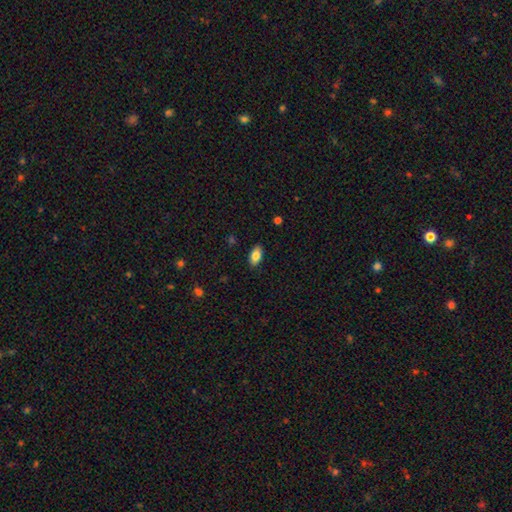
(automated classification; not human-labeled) smooth 83%, featured or disk 10%, star or artifact 7%. Down the decision tree: how rounded — in between (92%); merging — none (88%).